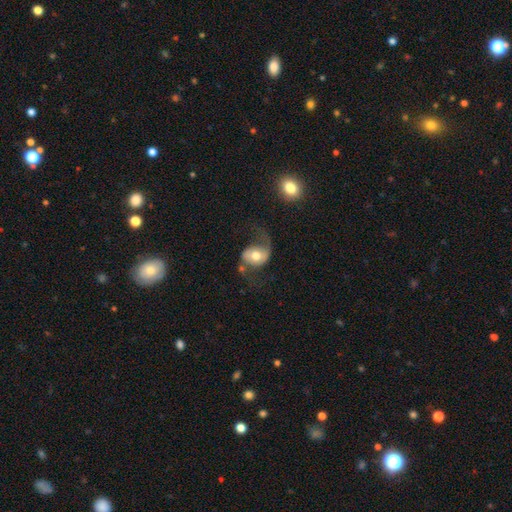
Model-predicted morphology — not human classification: This appears to be a featured or disk galaxy (68%) with no bar (60%), 2 (83%) loose (72%) spiral arms (88%) and a moderate central bulge (68%). Merging: none (49%).